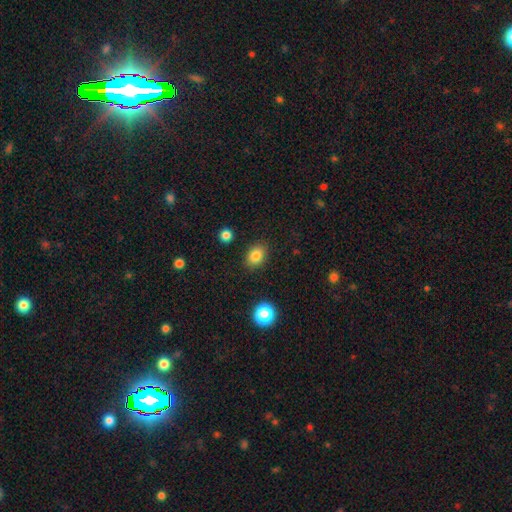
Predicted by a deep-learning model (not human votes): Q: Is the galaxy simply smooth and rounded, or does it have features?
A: smooth — 84%.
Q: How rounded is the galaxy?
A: in between — 64%.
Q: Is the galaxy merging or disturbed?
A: none — 87%.